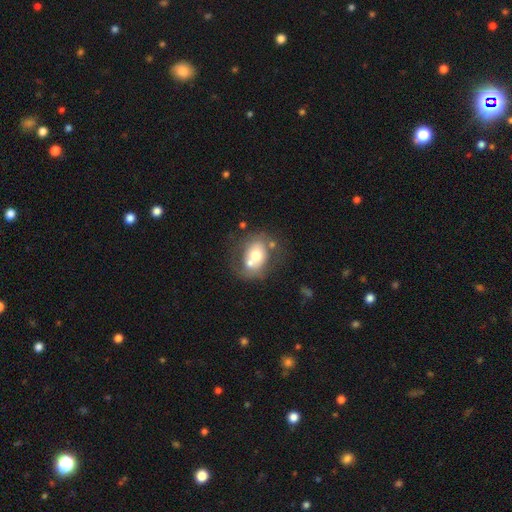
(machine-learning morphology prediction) smooth-or-featured: smooth: 54% | featured or disk: 37% | star or artifact: 9%
  how-rounded: in between: 57% | round: 41% | cigar-shaped: 1%
  merging: none: 42% | merger: 30% | minor disturbance: 17% | major disturbance: 10%